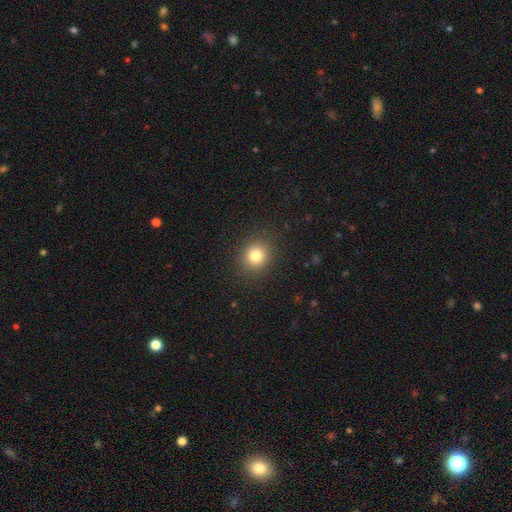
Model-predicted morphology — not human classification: smooth_or_featured: smooth (p=0.80) [alt: star or artifact p=0.13]
how_rounded: round (p=0.82) [alt: in between p=0.18]
merging: none (p=0.90) [alt: minor disturbance p=0.07]